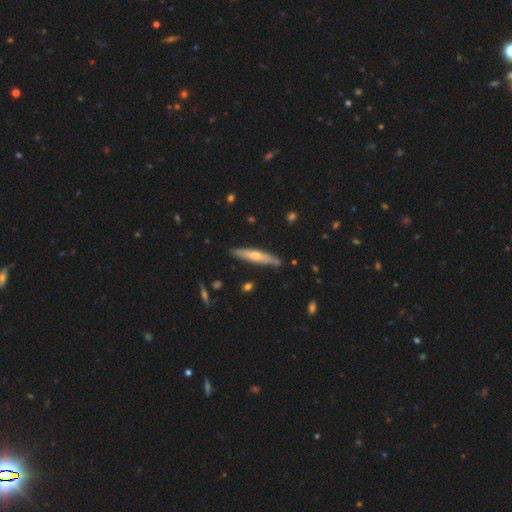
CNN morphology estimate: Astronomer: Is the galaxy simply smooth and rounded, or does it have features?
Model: smooth — 49% (runner-up: featured or disk, 45%).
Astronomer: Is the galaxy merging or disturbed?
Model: none — 85%.